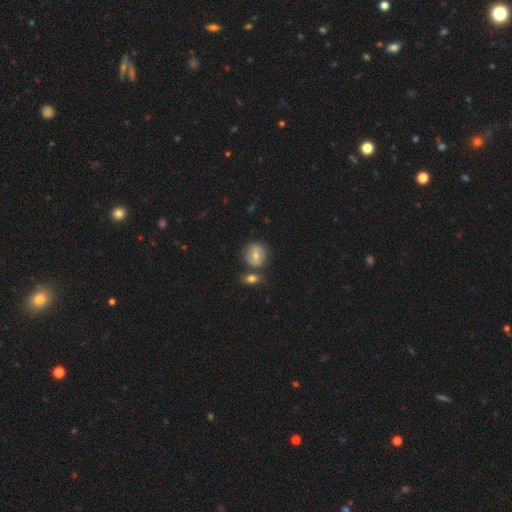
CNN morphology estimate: smooth 61%, featured or disk 31%, star or artifact 8%. Down the decision tree: how rounded — round (77%); merging — none (60%).